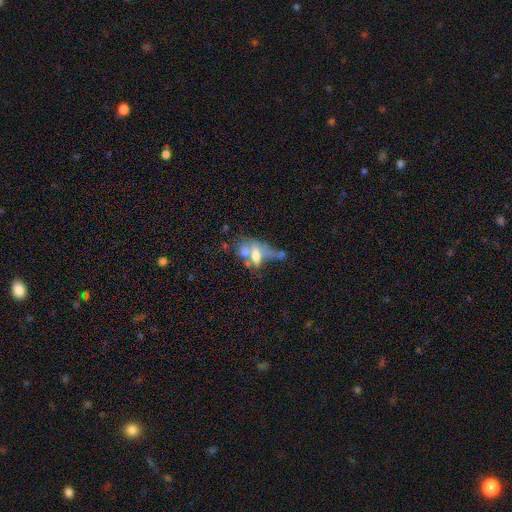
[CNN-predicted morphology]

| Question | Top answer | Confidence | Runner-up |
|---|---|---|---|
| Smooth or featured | featured or disk | 45% | smooth (42%) |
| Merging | merger | 46% | major disturbance (25%) |